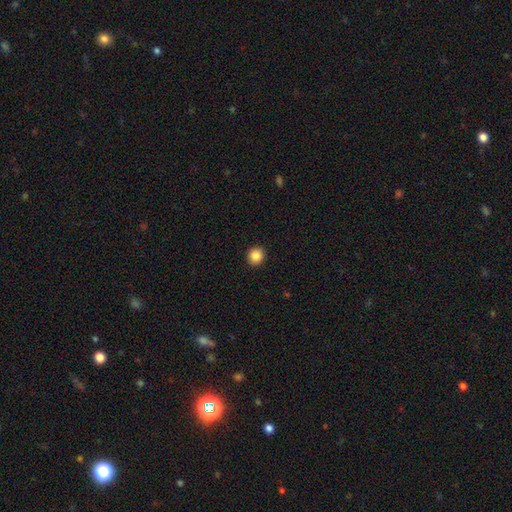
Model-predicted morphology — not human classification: smooth 87%, star or artifact 9%, featured or disk 4%. Down the decision tree: how rounded — round (89%); merging — none (93%).